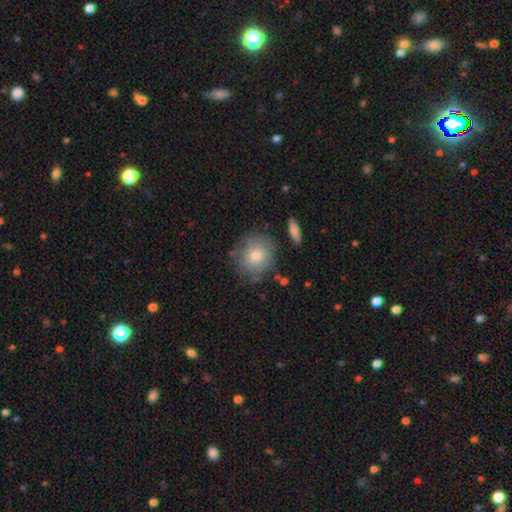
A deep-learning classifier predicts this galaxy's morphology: This appears to be a smooth galaxy with no disk features (74%) that is round (88%). Merging: none (78%).